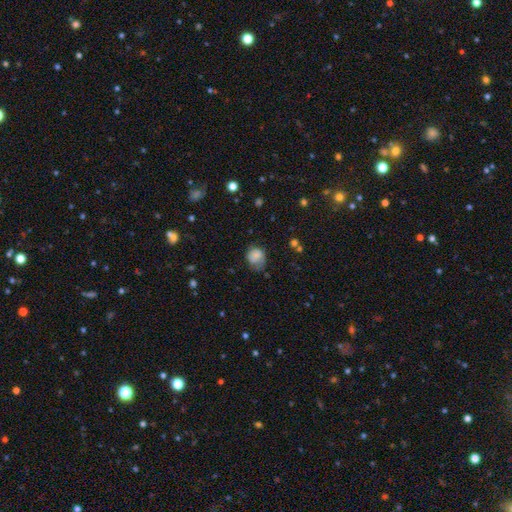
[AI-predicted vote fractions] This appears to be a smooth galaxy with no disk features (77%) that is round (67%). Merging: none (48%).